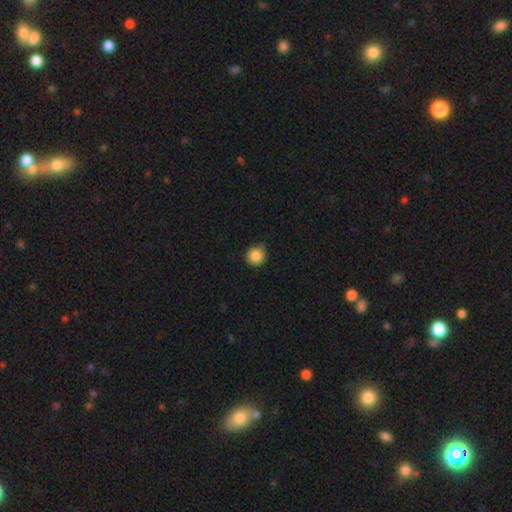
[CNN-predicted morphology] A smooth galaxy with no disk features (86%) that is round (91%).

Vote fractions:
- Smooth or featured? smooth: 86% / star or artifact: 9% / featured or disk: 4%
- How rounded? round: 91% / in between: 8% / cigar-shaped: 1%
- Merging? none: 72% / minor disturbance: 23% / major disturbance: 3% / merger: 1%